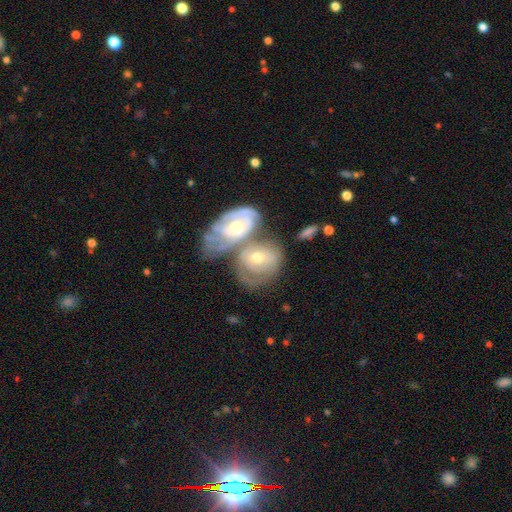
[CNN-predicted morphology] The model was most divided on "bulge size": moderate: 57%, small: 37%, large: 3%, none: 1%, dominant: 1%. More confident: edge-on disk — no (93%); spiral arms — yes (75%); smooth or featured — featured or disk (69%); bar — no (69%); merging — merger (59%).